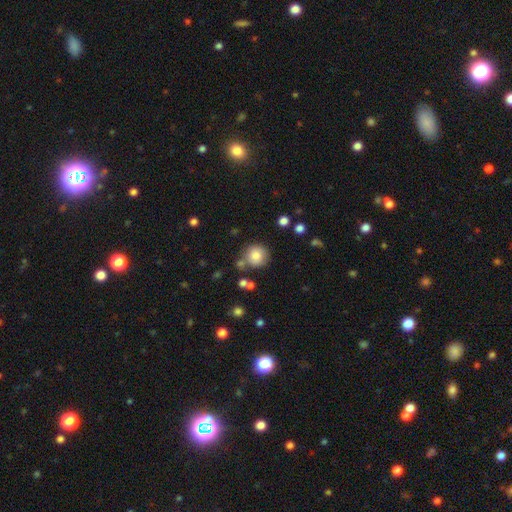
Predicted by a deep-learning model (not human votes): This appears to be a smooth galaxy with no disk features (82%) that is round (92%). Merging: none (73%).